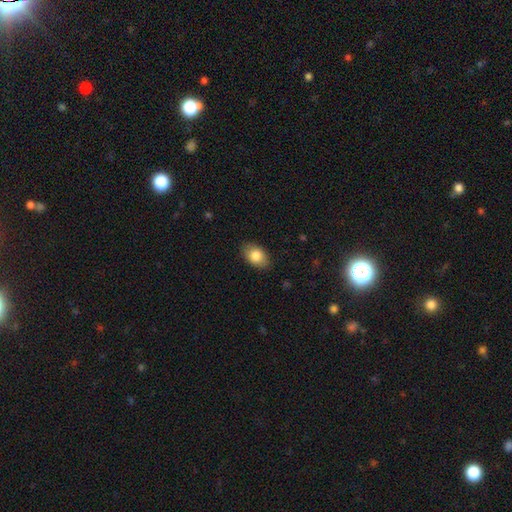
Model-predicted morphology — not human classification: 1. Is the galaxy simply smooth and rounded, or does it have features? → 83% smooth, 10% featured or disk, 7% star or artifact.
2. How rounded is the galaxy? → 86% in between, 12% round, 1% cigar-shaped.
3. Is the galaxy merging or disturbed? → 85% none, 12% minor disturbance, 3% major disturbance, 1% merger.